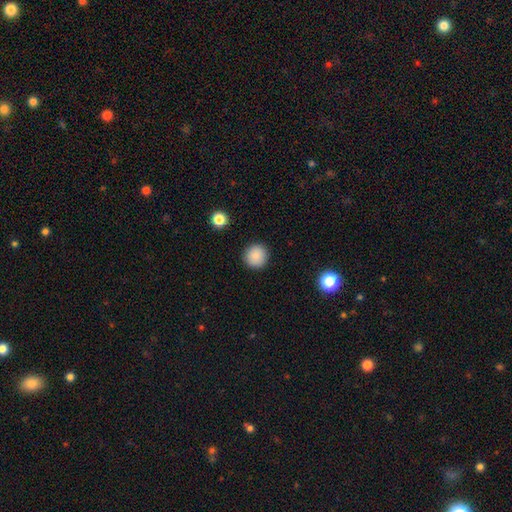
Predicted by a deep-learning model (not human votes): smooth-or-featured: smooth: 86% | star or artifact: 9% | featured or disk: 5%
  how-rounded: round: 95% | in between: 4% | cigar-shaped: 1%
  merging: none: 92% | minor disturbance: 5% | major disturbance: 2% | merger: 1%